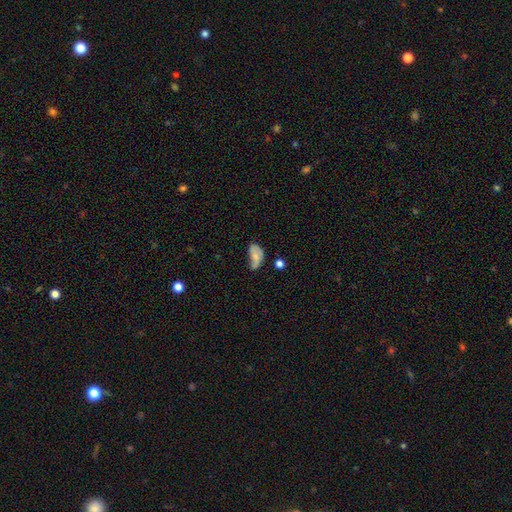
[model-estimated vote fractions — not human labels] Morphology: type=smooth (58%); roundness=in between (91%); merging=minor disturbance (37%).